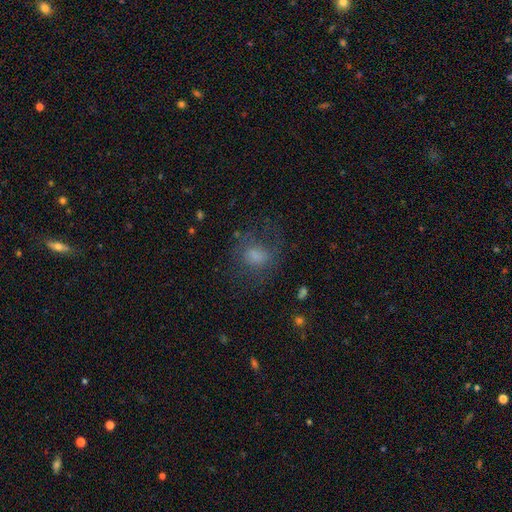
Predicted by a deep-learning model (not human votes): Morphology: type=smooth (65%); roundness=round (56%); merging=none (56%).